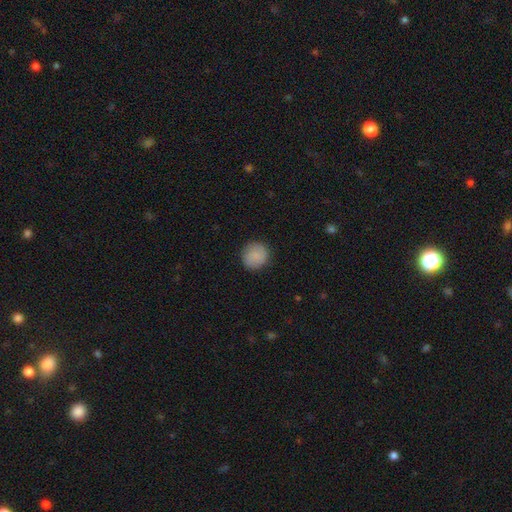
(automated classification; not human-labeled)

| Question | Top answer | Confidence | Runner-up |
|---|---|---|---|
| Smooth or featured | smooth | 86% | star or artifact (7%) |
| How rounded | round | 91% | in between (8%) |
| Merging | none | 89% | minor disturbance (8%) |